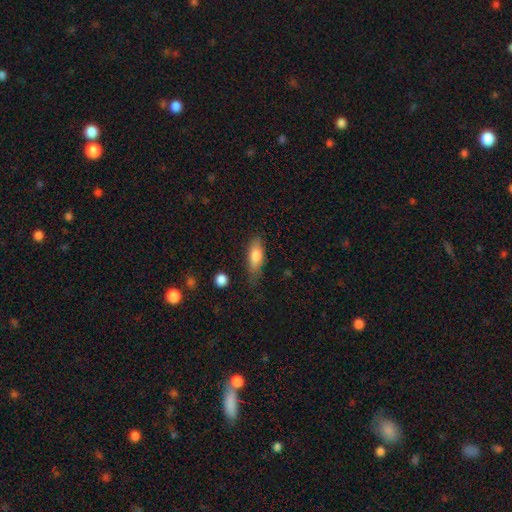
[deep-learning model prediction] A smooth galaxy with no disk features (77%) that is in between round and cigar-shaped (65%).

Vote fractions:
- Smooth or featured? smooth: 77% / featured or disk: 16% / star or artifact: 7%
- How rounded? in between: 65% / cigar-shaped: 32% / round: 3%
- Merging? none: 66% / minor disturbance: 25% / major disturbance: 7% / merger: 2%